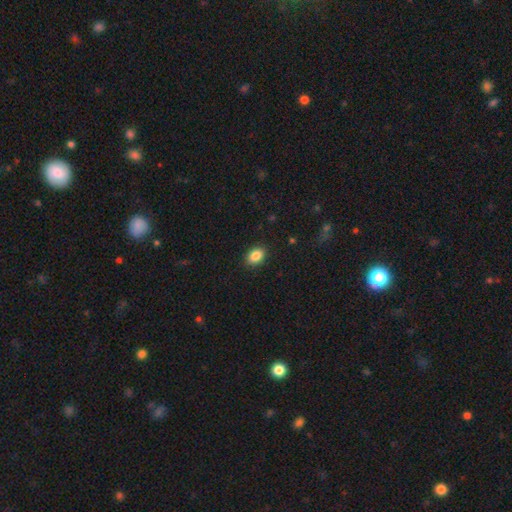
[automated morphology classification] type=smooth (87%); roundness=in between (79%); merging=none (89%).